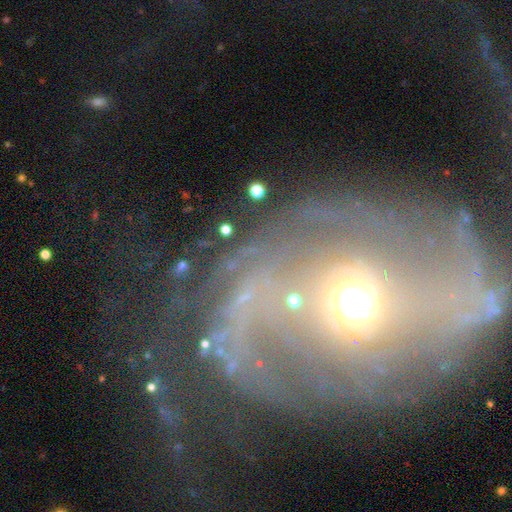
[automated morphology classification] smooth_or_featured: featured or disk (p=0.82) [alt: smooth p=0.09]
disk_edge_on: no (p=0.97) [alt: yes p=0.03]
bar: no (p=0.64) [alt: weak p=0.25]
has_spiral_arms: yes (p=0.86) [alt: no p=0.14]
spiral_winding: loose (p=0.40) [alt: medium p=0.36]
spiral_arm_count: 2 (p=0.59) [alt: can't tell p=0.15]
bulge_size: moderate (p=0.63) [alt: small p=0.22]
merging: none (p=0.47) [alt: major disturbance p=0.32]